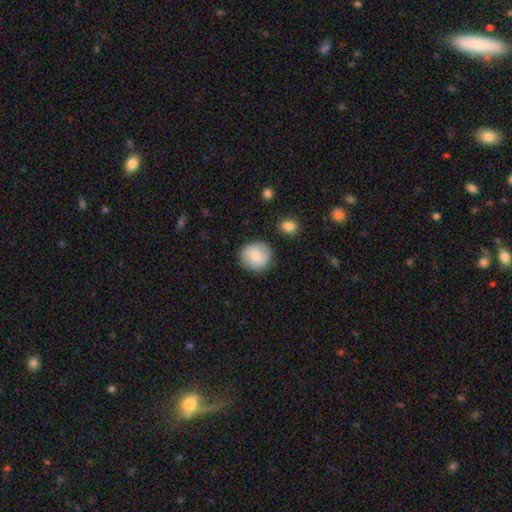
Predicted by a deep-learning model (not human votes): Smooth or featured? Predicted: smooth (p=0.79). How rounded? Predicted: round (p=0.91). Merging? Predicted: none (p=0.84).